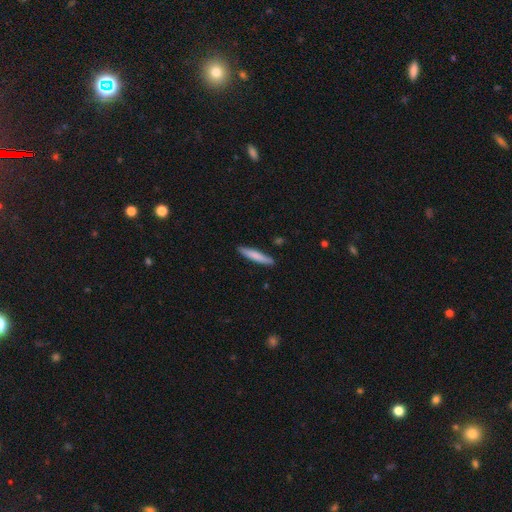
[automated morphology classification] A smooth galaxy with no disk features (76%) that is cigar-shaped (92%).

Vote fractions:
- Smooth or featured? smooth: 76% / featured or disk: 18% / star or artifact: 5%
- How rounded? cigar-shaped: 92% / in between: 6% / round: 1%
- Merging? none: 89% / minor disturbance: 8% / major disturbance: 1% / merger: 1%